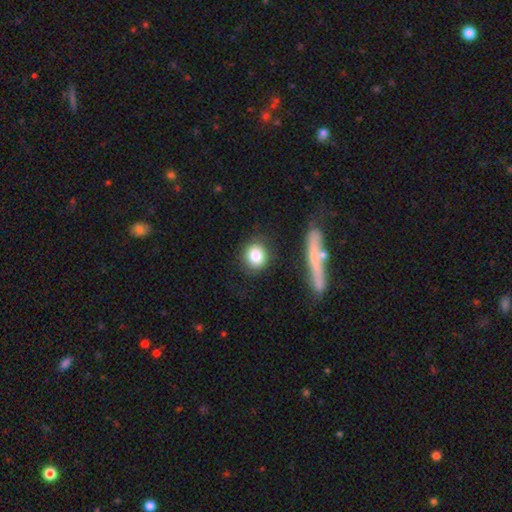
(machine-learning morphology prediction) Smooth or featured?
  - smooth: 81% *
  - featured or disk: 10%
  - star or artifact: 9%
How rounded?
  - round: 81% *
  - in between: 17%
  - cigar-shaped: 2%
Merging?
  - none: 82% *
  - minor disturbance: 10%
  - merger: 4%
  - major disturbance: 3%